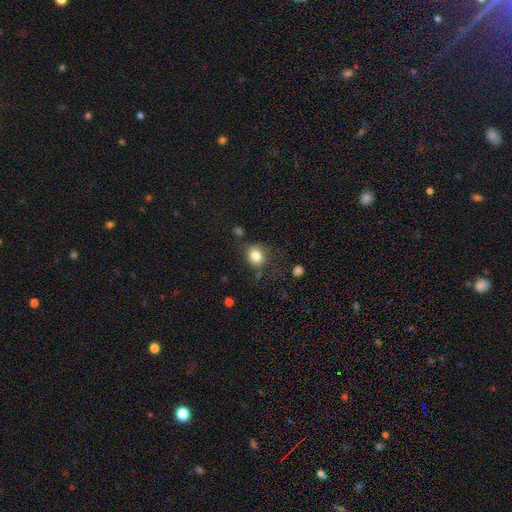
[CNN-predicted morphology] Smooth or featured? Predicted: smooth (p=0.82). How rounded? Predicted: round (p=0.71). Merging? Predicted: none (p=0.69).